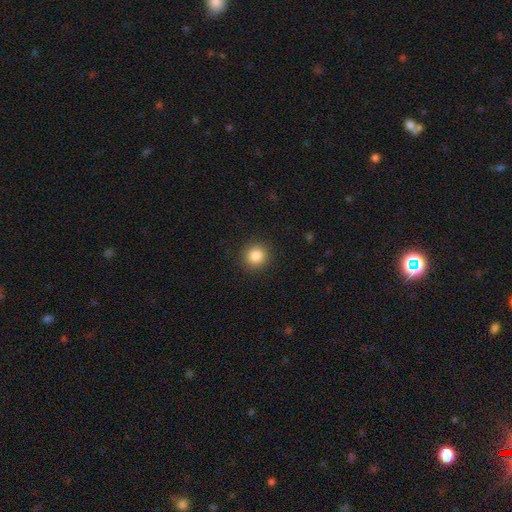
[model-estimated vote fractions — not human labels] smooth 86%, star or artifact 10%, featured or disk 4%. Down the decision tree: how rounded — round (93%); merging — none (91%).